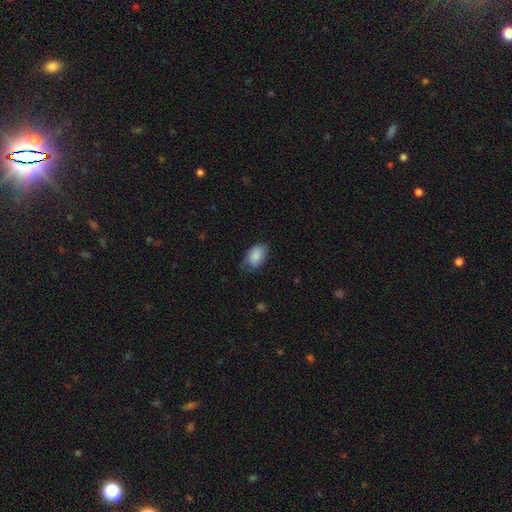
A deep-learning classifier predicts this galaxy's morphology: type=smooth (84%); roundness=in between (90%); merging=none (58%).